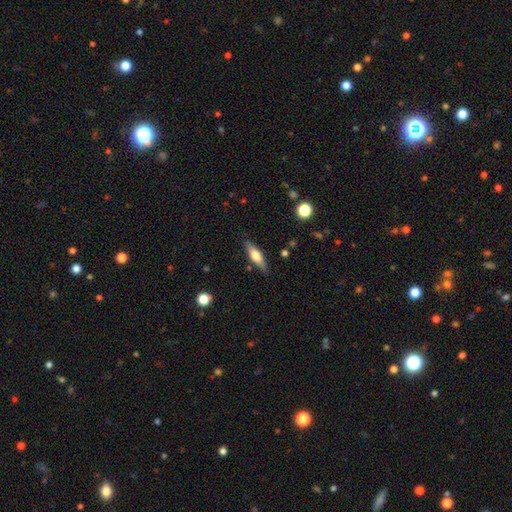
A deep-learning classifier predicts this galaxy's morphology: This is possibly a smooth galaxy (53%). How rounded: likely cigar-shaped (60%). Merging: clearly none (85%).